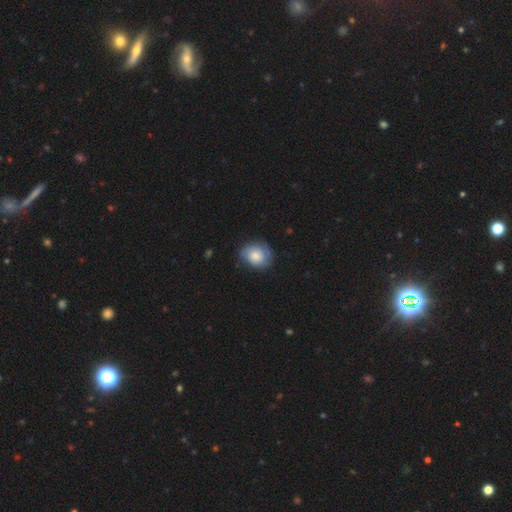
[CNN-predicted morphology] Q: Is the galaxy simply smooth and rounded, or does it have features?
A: smooth — 54%.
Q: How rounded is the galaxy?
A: round — 69%.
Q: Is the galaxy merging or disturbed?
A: none — 66%.